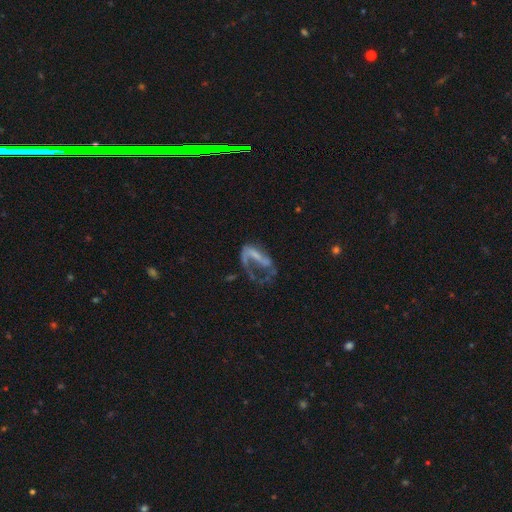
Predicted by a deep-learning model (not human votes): The model was most divided on "spiral arms": yes: 57%, no: 43%. Remaining: edge-on disk — no (94%); smooth or featured — featured or disk (68%); bulge size — none (58%); merging — major disturbance (55%); bar — no (46%).